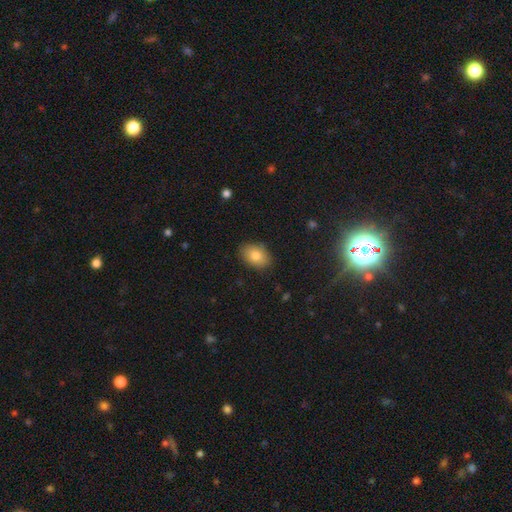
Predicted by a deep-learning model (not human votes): Overall: smooth (81%). How rounded: in between (79%). Merging: none (83%).